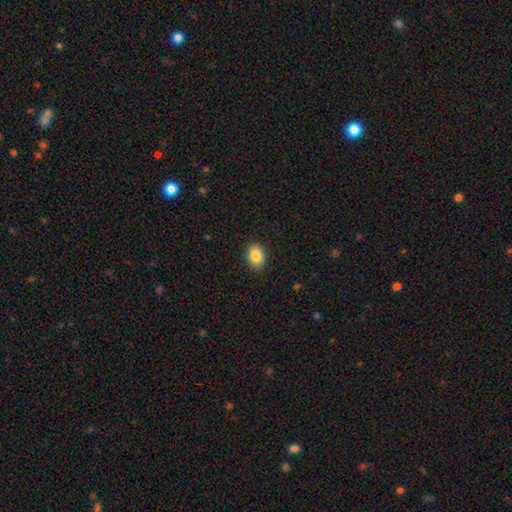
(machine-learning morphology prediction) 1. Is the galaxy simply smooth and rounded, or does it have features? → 87% smooth, 8% star or artifact, 5% featured or disk.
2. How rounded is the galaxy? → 79% in between, 20% round, 1% cigar-shaped.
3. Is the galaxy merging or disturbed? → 89% none, 8% minor disturbance, 2% major disturbance, 1% merger.